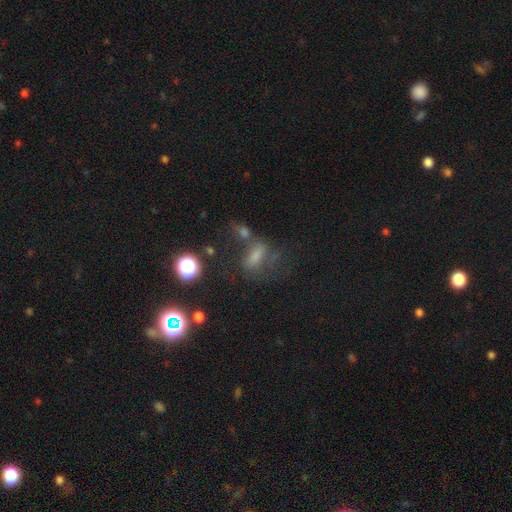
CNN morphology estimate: This appears to be a smooth galaxy with no disk features (41%). Merging: none (42%).